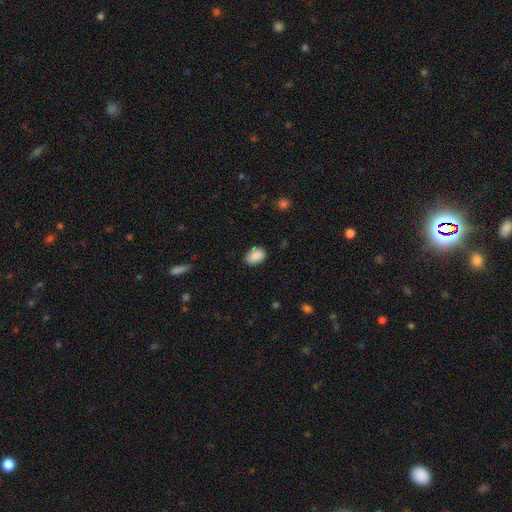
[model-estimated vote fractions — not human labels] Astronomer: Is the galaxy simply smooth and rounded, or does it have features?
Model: smooth — 89%.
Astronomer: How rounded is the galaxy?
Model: in between — 77%.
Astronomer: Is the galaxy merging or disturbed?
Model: none — 79%.